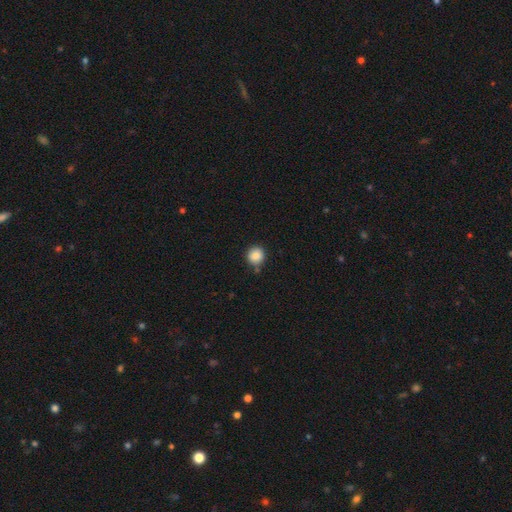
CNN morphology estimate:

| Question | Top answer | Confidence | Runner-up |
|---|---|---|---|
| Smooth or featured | smooth | 86% | star or artifact (10%) |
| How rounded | round | 91% | in between (8%) |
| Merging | none | 82% | minor disturbance (11%) |